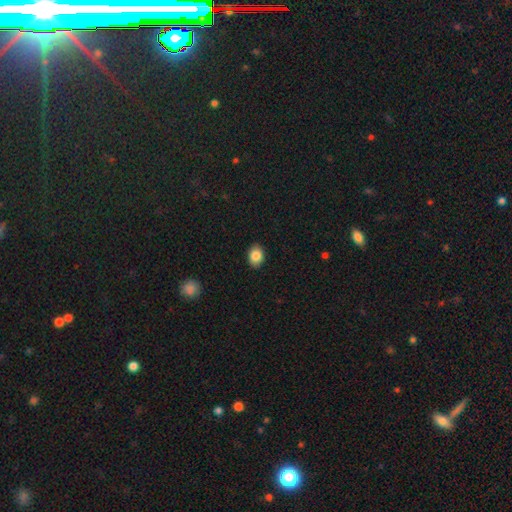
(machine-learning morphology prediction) A smooth galaxy with no disk features (86%) that is in between round and cigar-shaped (71%). Merging: none (89%).